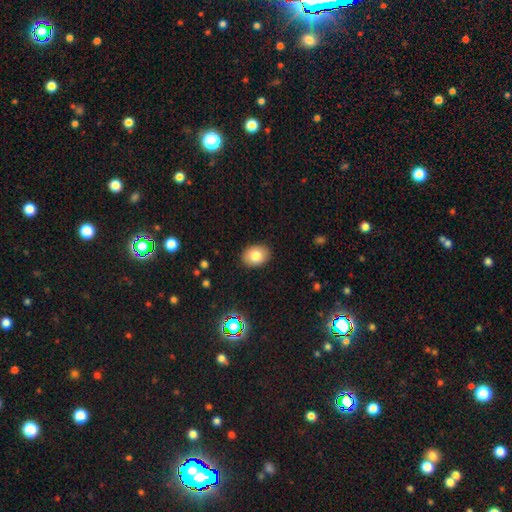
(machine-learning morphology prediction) type=smooth (81%); roundness=in between (69%); merging=none (89%).